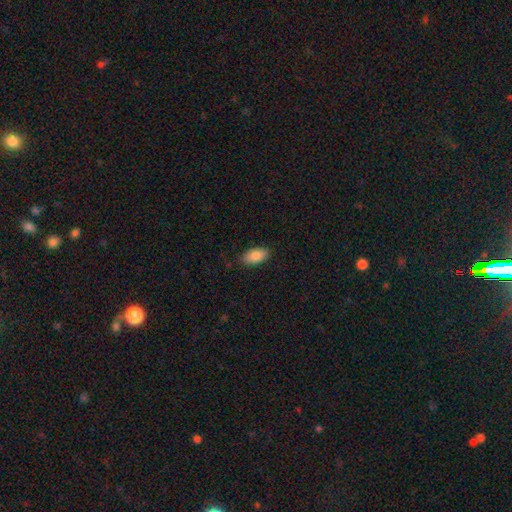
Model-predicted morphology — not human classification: The model was most divided on "merging": none: 84%, minor disturbance: 12%, major disturbance: 3%, merger: 1%. More confident: how rounded — in between (94%); smooth or featured — smooth (87%).